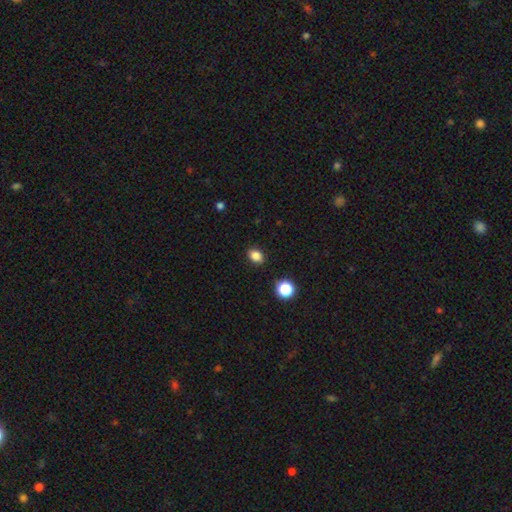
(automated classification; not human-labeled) Overall: smooth (84%). How rounded: in between (64%; round 35%). Merging: none (88%).